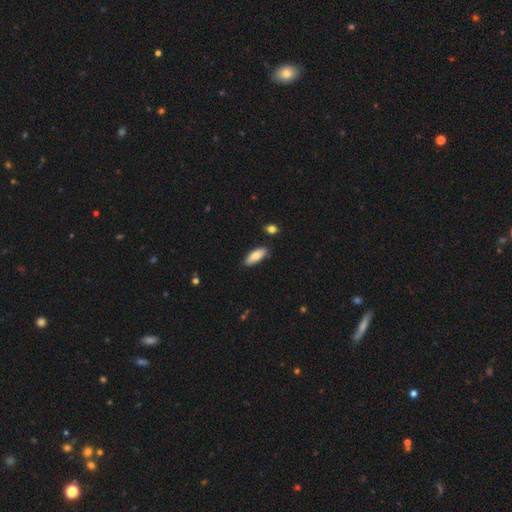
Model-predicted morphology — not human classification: Smooth or featured? smooth (78%)
How rounded? in between (75%)
Merging? none (85%)